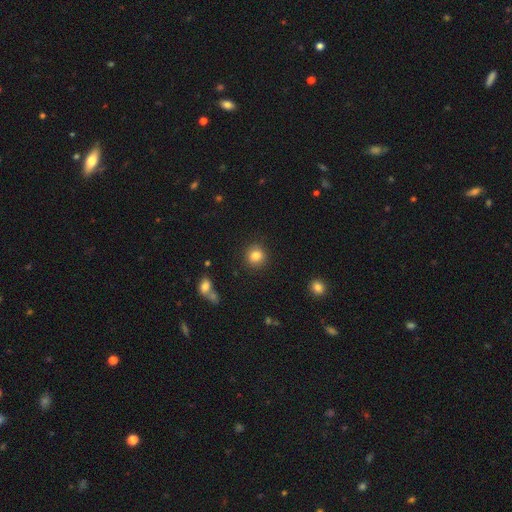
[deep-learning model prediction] The model was most divided on "smooth or featured": smooth: 84%, star or artifact: 10%, featured or disk: 6%. More confident: merging — none (89%); how rounded — round (86%).